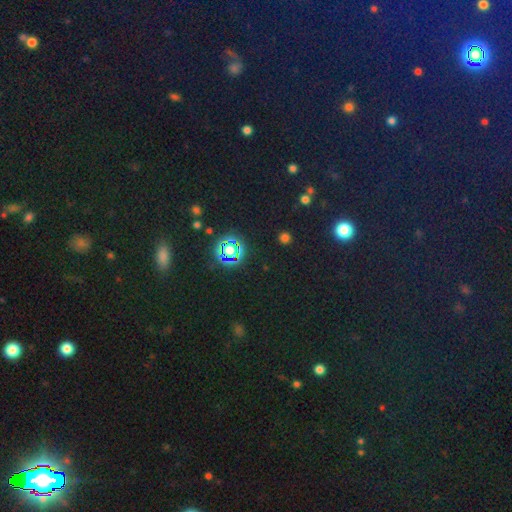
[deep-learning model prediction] Smooth or featured? Predicted: star or artifact (p=0.68).